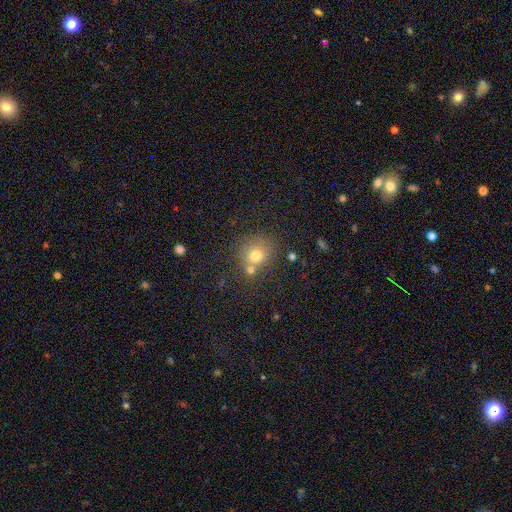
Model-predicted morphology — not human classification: Q: Smooth or featured?
A: smooth (72%); runner-up: star or artifact (16%)
Q: How rounded?
A: round (84%); runner-up: in between (15%)
Q: Merging?
A: none (60%); runner-up: merger (25%)